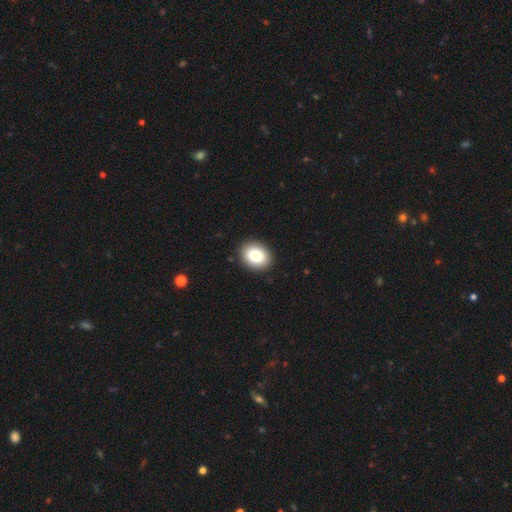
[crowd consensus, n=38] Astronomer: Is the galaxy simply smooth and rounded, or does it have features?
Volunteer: smooth — 79%.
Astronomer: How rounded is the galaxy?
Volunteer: in between — 63%.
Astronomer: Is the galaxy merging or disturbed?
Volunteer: none — 94%.